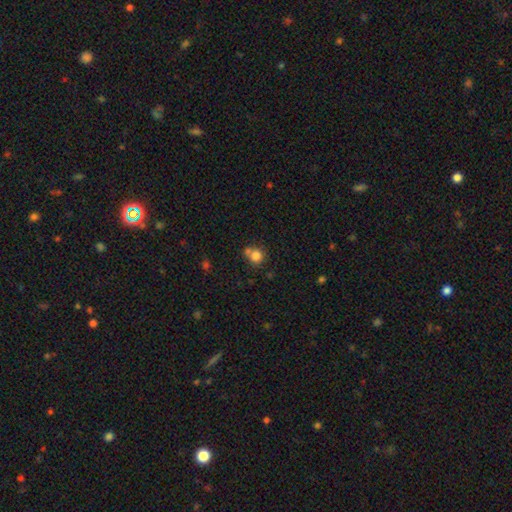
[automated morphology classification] Smooth or featured? smooth (80%)
How rounded? round (84%)
Merging? none (54%)